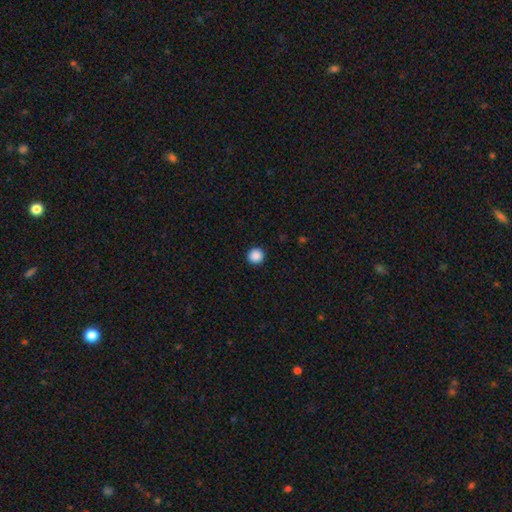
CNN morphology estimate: This is clearly a smooth galaxy (88%). How rounded: clearly round (96%). Merging: clearly none (94%).